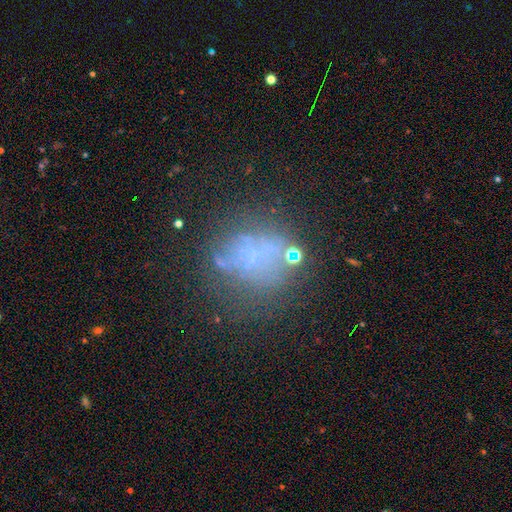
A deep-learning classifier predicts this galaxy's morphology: Smooth or featured?
  - featured or disk: 40% *
  - smooth: 30%
  - star or artifact: 30%
Merging?
  - none: 53% *
  - major disturbance: 20%
  - minor disturbance: 18%
  - merger: 8%